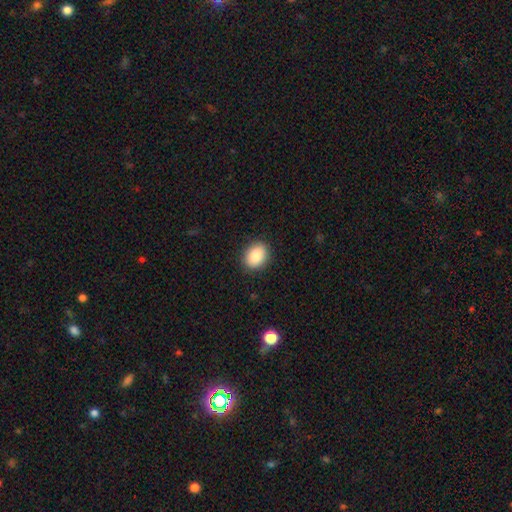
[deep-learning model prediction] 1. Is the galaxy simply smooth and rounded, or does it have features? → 87% smooth, 8% star or artifact, 5% featured or disk.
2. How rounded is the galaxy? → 61% in between, 38% round, 1% cigar-shaped.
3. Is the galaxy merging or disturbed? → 89% none, 8% minor disturbance, 2% major disturbance, 1% merger.